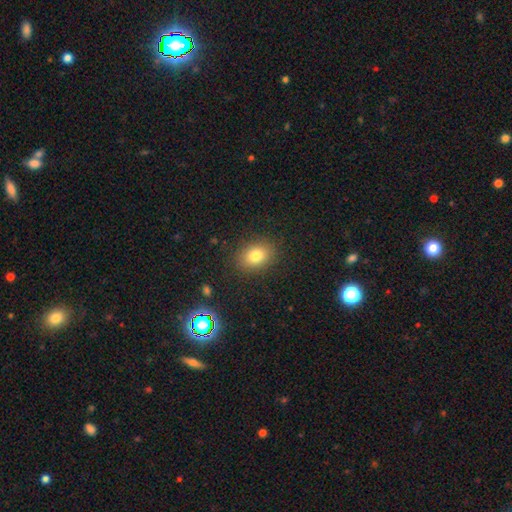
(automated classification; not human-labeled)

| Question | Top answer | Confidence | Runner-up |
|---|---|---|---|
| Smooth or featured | smooth | 79% | star or artifact (12%) |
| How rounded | in between | 65% | round (33%) |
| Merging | none | 86% | minor disturbance (9%) |